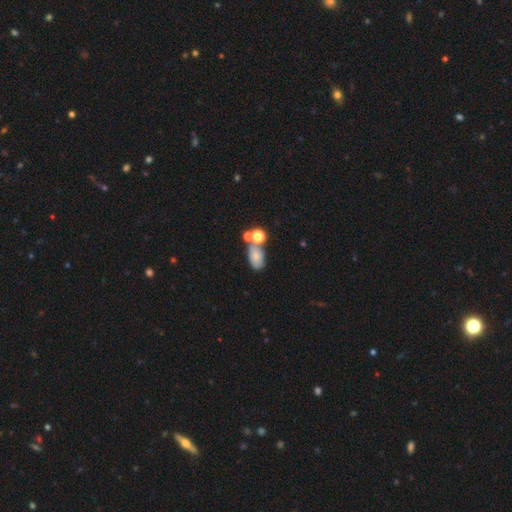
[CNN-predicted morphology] The model was most divided on "merging": none: 48%, merger: 30%, minor disturbance: 15%, major disturbance: 7%. More confident: how rounded — in between (84%); smooth or featured — smooth (71%).